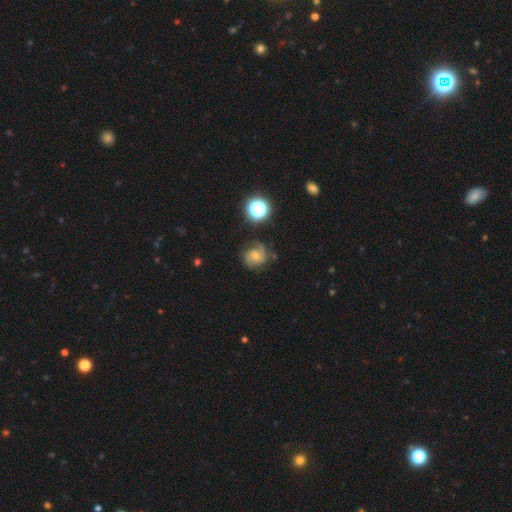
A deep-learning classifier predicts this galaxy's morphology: Overall: featured or disk (66%). Edge-on disk: no (98%). Bar: no (60%; weak 34%). Spiral arms: yes (93%). Spiral arm count: 2 (70%). Spiral winding: medium (48%; tight 33%). Bulge size: moderate (46%; small 45%). Merging: none (67%).